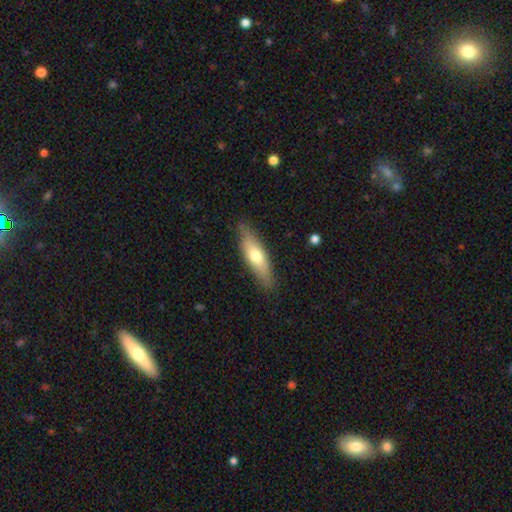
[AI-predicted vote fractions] Overall: smooth (60%; featured or disk 34%). How rounded: cigar-shaped (56%; in between 42%). Merging: none (84%).